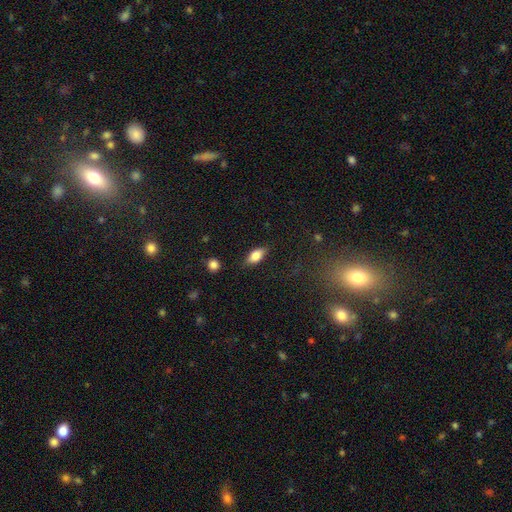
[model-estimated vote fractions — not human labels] Morphology: type=smooth (76%); roundness=in between (85%); merging=none (83%).